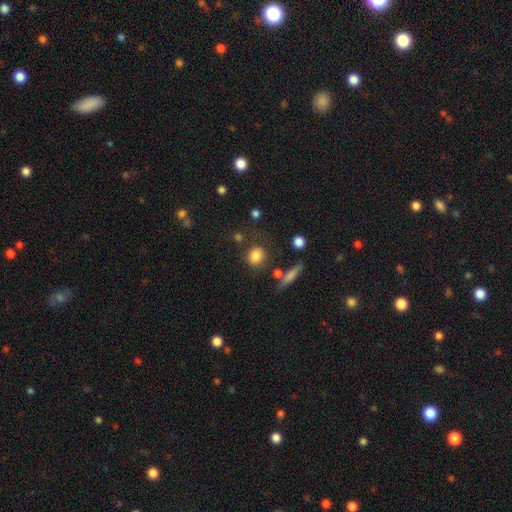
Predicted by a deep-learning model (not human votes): Morphology: type=smooth (82%); roundness=round (70%); merging=none (71%).